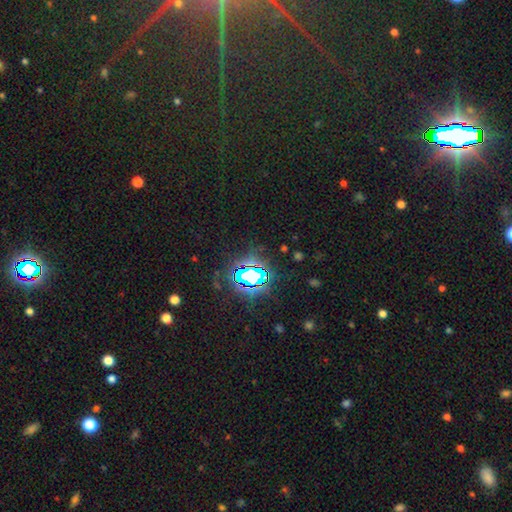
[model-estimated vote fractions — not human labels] Smooth or featured? Predicted: star or artifact (p=0.85).